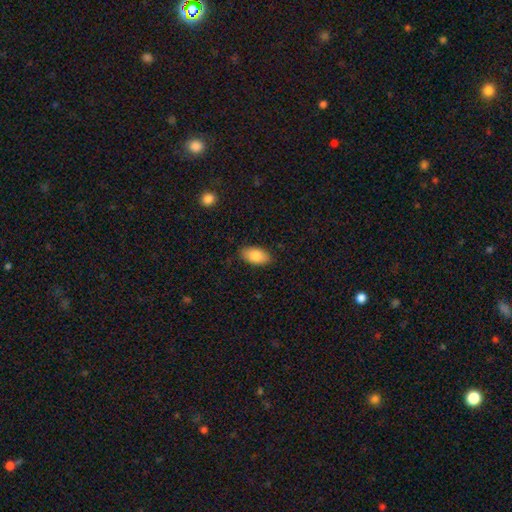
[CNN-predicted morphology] Smooth or featured: smooth — 82% (featured or disk — 11%)
How rounded: in between — 93% (round — 4%)
Merging: none — 87% (minor disturbance — 10%)